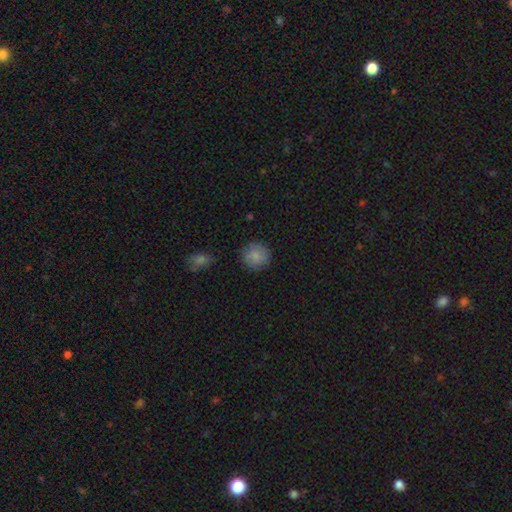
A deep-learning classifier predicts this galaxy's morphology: Smooth or featured? smooth (84%)
How rounded? round (92%)
Merging? none (85%)